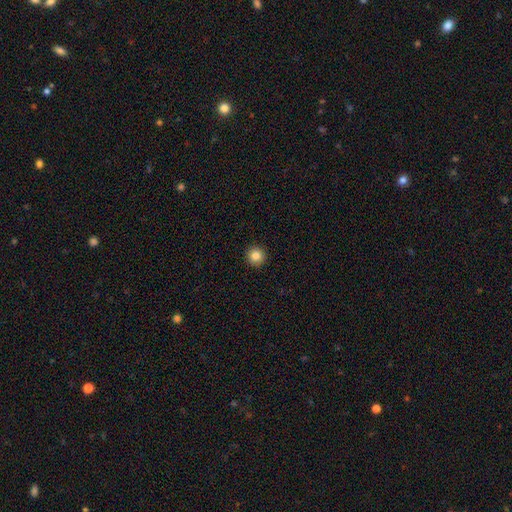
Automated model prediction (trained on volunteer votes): Smooth or featured? smooth (84%)
How rounded? round (95%)
Merging? none (94%)